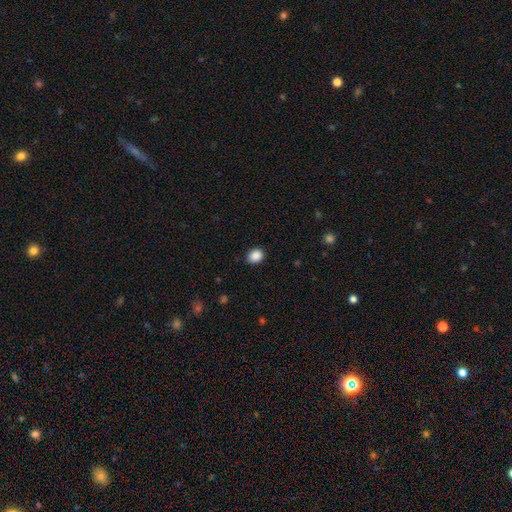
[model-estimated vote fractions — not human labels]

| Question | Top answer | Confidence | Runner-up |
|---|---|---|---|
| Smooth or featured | smooth | 89% | star or artifact (9%) |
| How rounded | round | 54% | in between (45%) |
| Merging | none | 88% | minor disturbance (9%) |